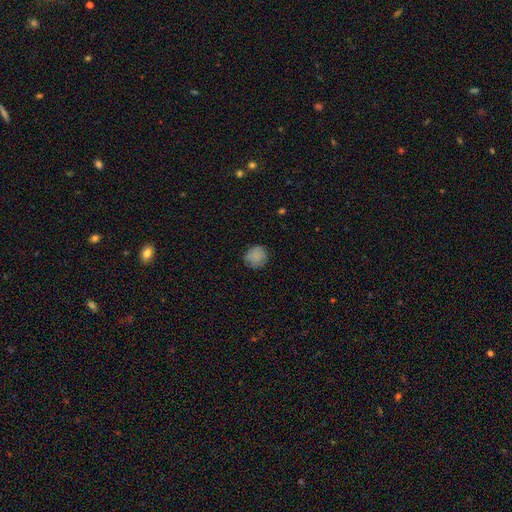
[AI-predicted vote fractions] A smooth galaxy with no disk features (85%) that is round (89%). Merging: none (82%).